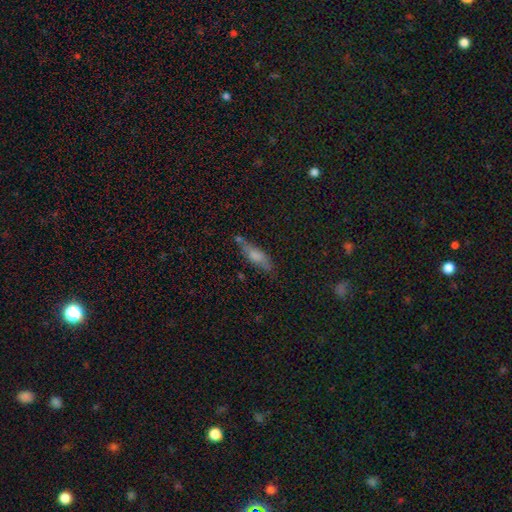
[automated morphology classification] Overall: smooth (68%). How rounded: in between (52%; cigar-shaped 45%). Merging: none (60%; minor disturbance 25%).